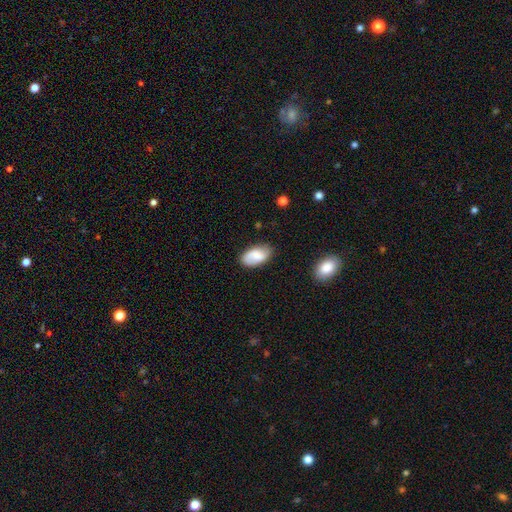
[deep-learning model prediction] Q: Smooth or featured?
A: smooth (66%); runner-up: featured or disk (26%)
Q: How rounded?
A: in between (94%); runner-up: round (5%)
Q: Merging?
A: none (77%); runner-up: minor disturbance (17%)